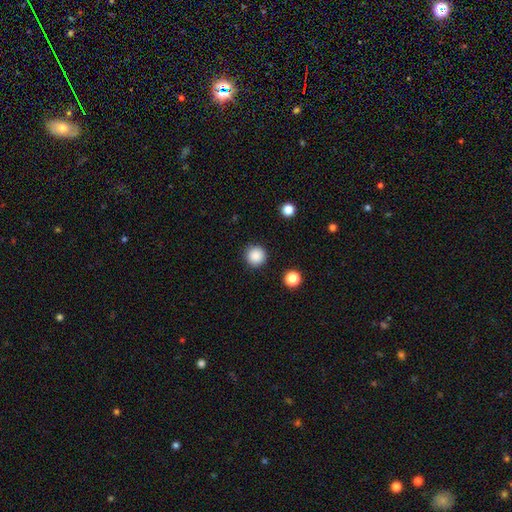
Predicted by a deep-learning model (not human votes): smooth_or_featured: smooth (p=0.88) [alt: star or artifact p=0.10]
how_rounded: round (p=0.96) [alt: in between p=0.03]
merging: none (p=0.91) [alt: minor disturbance p=0.05]